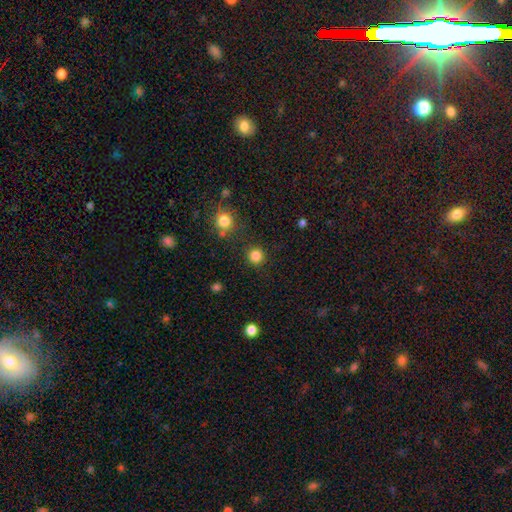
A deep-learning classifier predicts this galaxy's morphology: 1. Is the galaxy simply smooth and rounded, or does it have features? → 84% smooth, 12% star or artifact, 4% featured or disk.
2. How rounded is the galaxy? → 94% round, 5% in between, 1% cigar-shaped.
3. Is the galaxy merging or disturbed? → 89% none, 6% minor disturbance, 3% merger, 3% major disturbance.